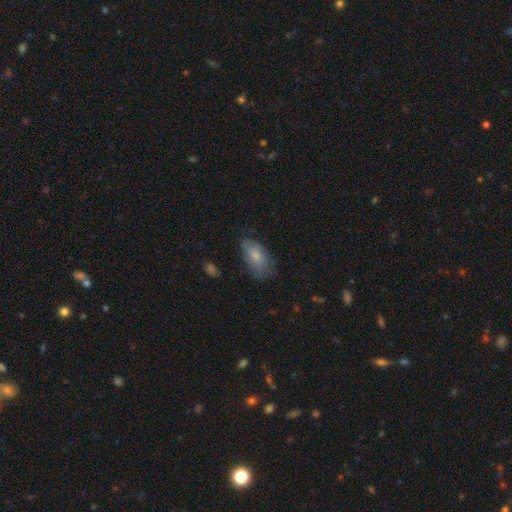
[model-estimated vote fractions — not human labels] smooth-or-featured: smooth: 71% | featured or disk: 22% | star or artifact: 7%
  how-rounded: in between: 92% | round: 5% | cigar-shaped: 3%
  merging: none: 63% | minor disturbance: 27% | major disturbance: 8% | merger: 1%